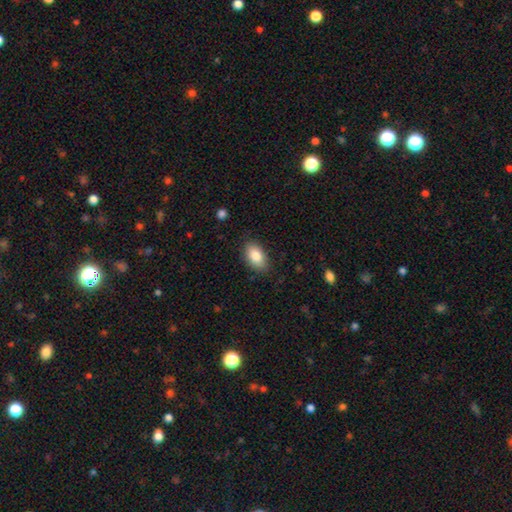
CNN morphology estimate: This appears to be a smooth galaxy with no disk features (85%) that is in between round and cigar-shaped (92%). Merging: none (85%).